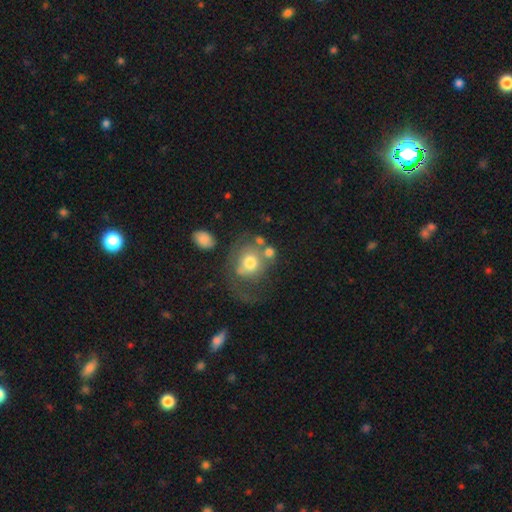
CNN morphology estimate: Smooth or featured?
  - featured or disk: 38% *
  - smooth: 36%
  - star or artifact: 26%
Merging?
  - none: 56% *
  - merger: 16%
  - minor disturbance: 15%
  - major disturbance: 12%